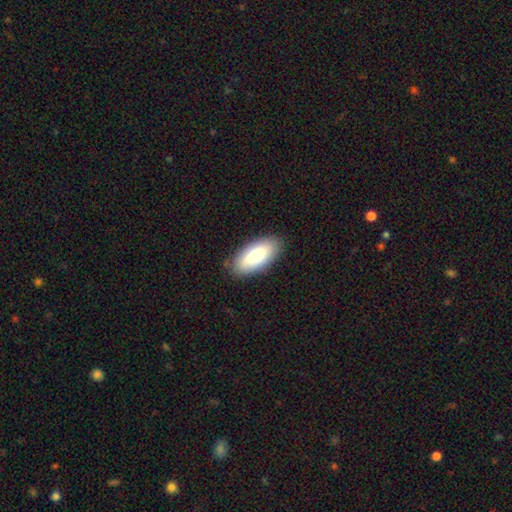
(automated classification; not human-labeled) Smooth or featured: smooth — 83% (featured or disk — 11%)
How rounded: in between — 91% (cigar-shaped — 7%)
Merging: none — 85% (minor disturbance — 11%)